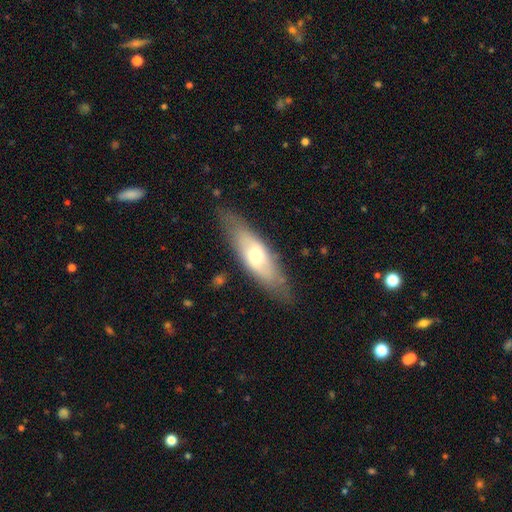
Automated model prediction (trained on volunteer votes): Smooth or featured: smooth — 50% (featured or disk — 44%)
Merging: none — 79% (minor disturbance — 15%)